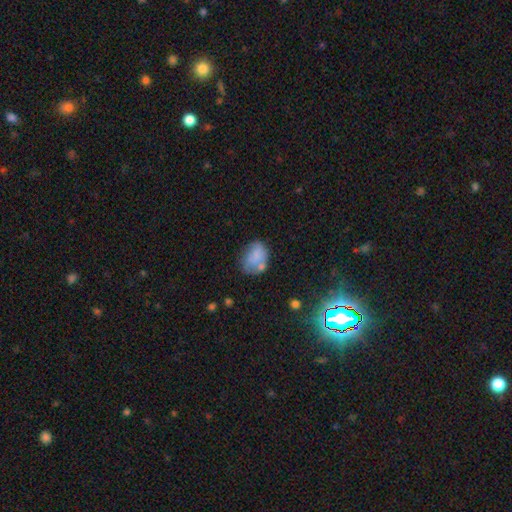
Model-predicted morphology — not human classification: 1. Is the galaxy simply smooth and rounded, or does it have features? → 68% smooth, 22% featured or disk, 10% star or artifact.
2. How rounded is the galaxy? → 70% in between, 29% round, 1% cigar-shaped.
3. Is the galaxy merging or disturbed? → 44% none, 28% minor disturbance, 15% major disturbance, 14% merger.